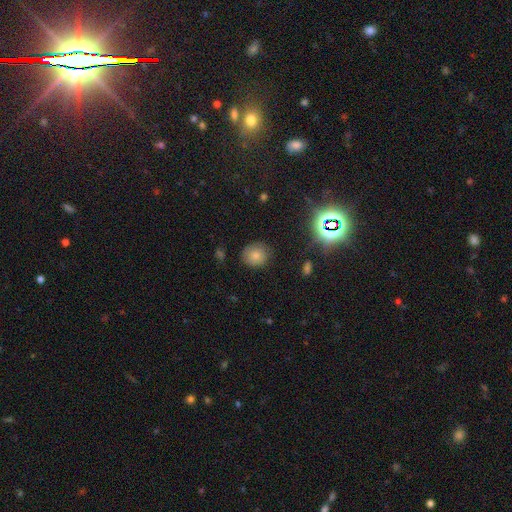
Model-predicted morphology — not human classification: A smooth galaxy with no disk features (78%) that is round (78%).

Vote fractions:
- Smooth or featured? smooth: 78% / star or artifact: 13% / featured or disk: 9%
- How rounded? round: 78% / in between: 21% / cigar-shaped: 1%
- Merging? none: 82% / minor disturbance: 13% / major disturbance: 4% / merger: 1%